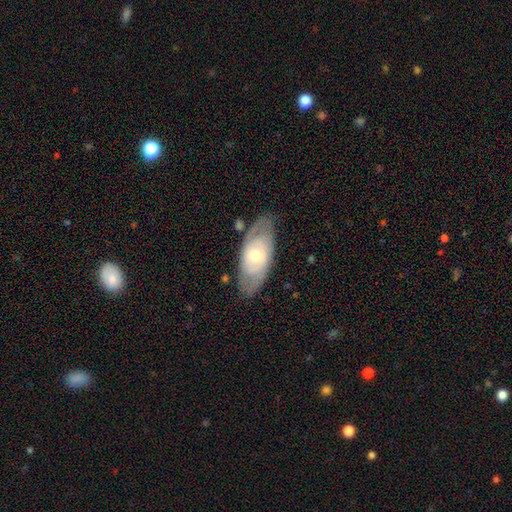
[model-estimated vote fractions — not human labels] A featured or disk galaxy (58%). Merging: none (74%).